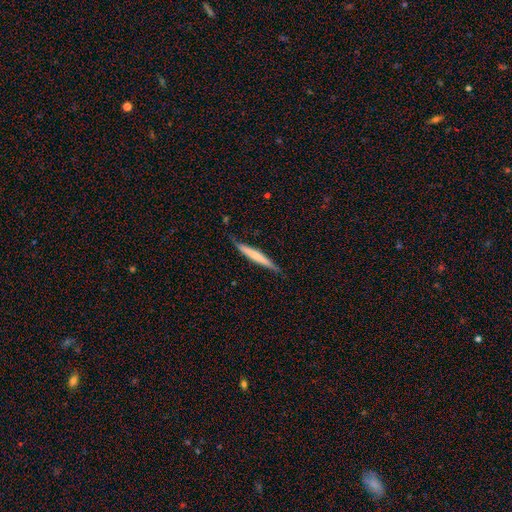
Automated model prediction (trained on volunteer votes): smooth 53%, featured or disk 42%, star or artifact 5%. Down the decision tree: how rounded — cigar-shaped (96%); merging — none (82%).